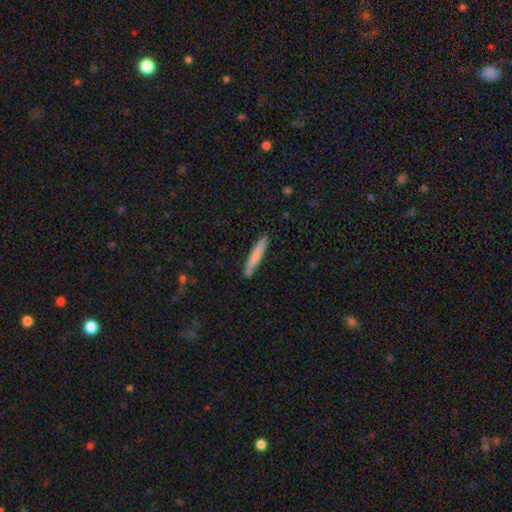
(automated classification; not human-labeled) Smooth or featured? smooth (75%)
How rounded? cigar-shaped (94%)
Merging? none (89%)